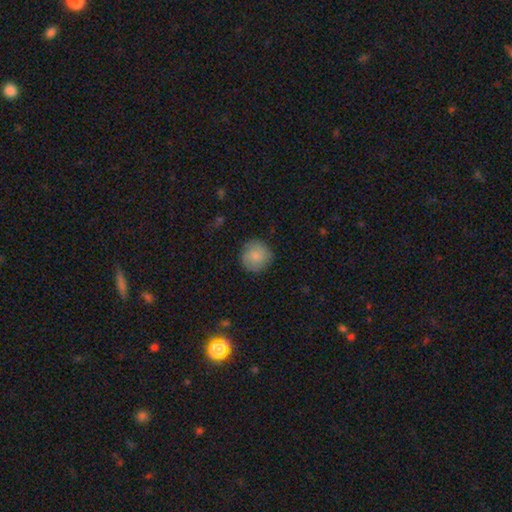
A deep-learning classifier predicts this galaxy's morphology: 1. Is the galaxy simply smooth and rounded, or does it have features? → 82% smooth, 11% featured or disk, 7% star or artifact.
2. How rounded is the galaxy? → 94% round, 5% in between, 1% cigar-shaped.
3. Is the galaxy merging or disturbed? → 86% none, 11% minor disturbance, 3% major disturbance, 1% merger.